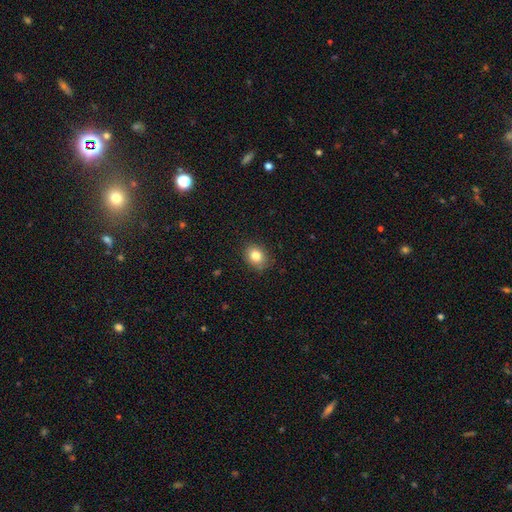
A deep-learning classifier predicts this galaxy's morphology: Q: Smooth or featured?
A: smooth (83%); runner-up: star or artifact (10%)
Q: How rounded?
A: round (55%); runner-up: in between (44%)
Q: Merging?
A: none (84%); runner-up: minor disturbance (12%)